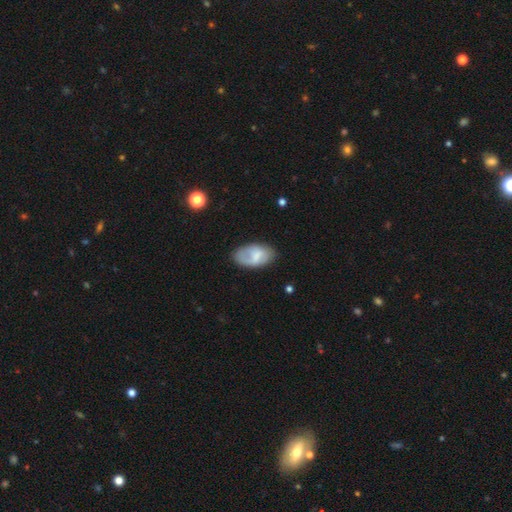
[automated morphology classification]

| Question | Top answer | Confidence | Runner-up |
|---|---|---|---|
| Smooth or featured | smooth | 65% | featured or disk (28%) |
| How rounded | in between | 94% | round (5%) |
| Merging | none | 67% | minor disturbance (23%) |